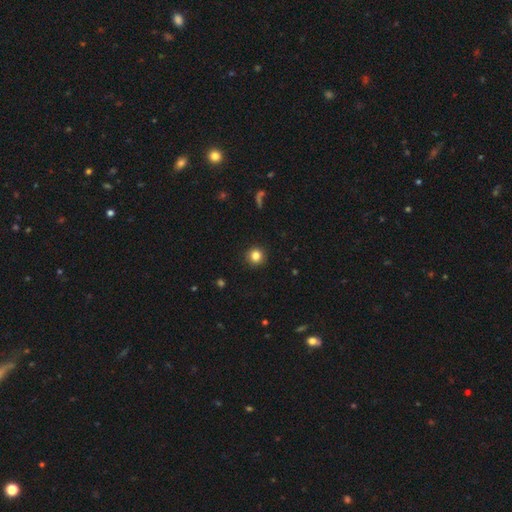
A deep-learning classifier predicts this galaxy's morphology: smooth_or_featured: smooth (p=0.83) [alt: star or artifact p=0.11]
how_rounded: round (p=0.95) [alt: in between p=0.05]
merging: none (p=0.92) [alt: minor disturbance p=0.05]